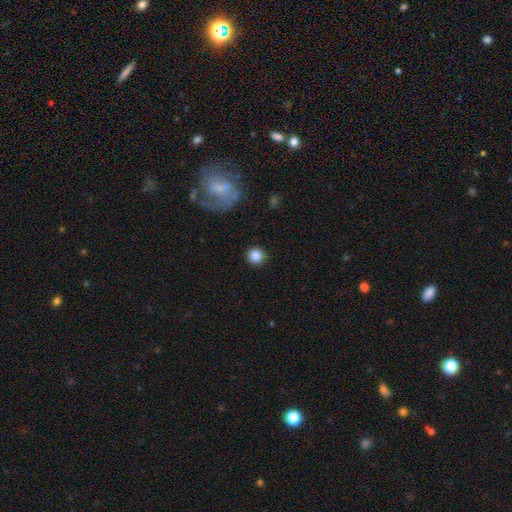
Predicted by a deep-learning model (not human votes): This appears to be a smooth galaxy with no disk features (86%) that is round (94%). Merging: none (90%).